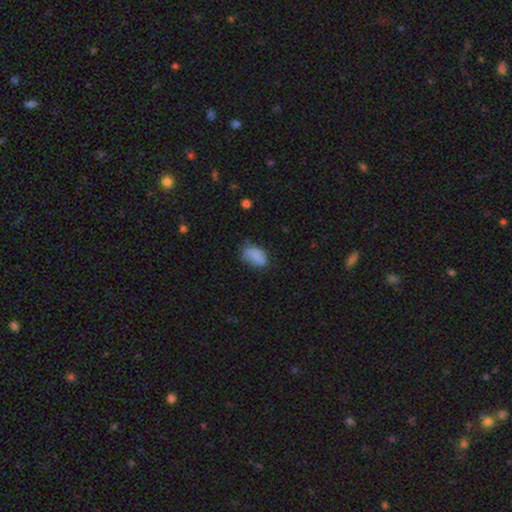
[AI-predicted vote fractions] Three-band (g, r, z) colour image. It shows a smooth galaxy with no disk features (83%) that is in between round and cigar-shaped (91%). Merging: none (58%).